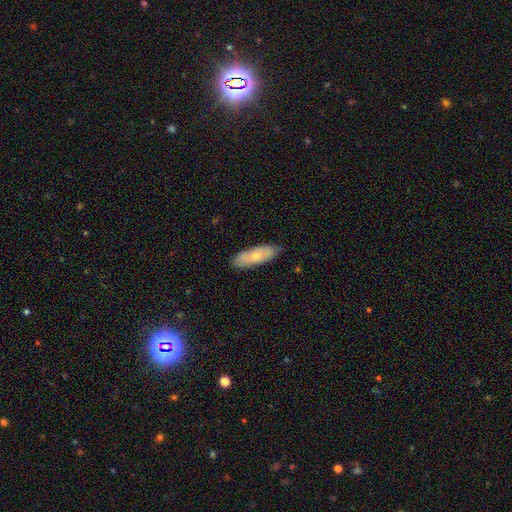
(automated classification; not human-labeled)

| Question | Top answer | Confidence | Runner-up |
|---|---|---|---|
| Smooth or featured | smooth | 67% | featured or disk (27%) |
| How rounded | in between | 65% | cigar-shaped (33%) |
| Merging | none | 84% | minor disturbance (13%) |